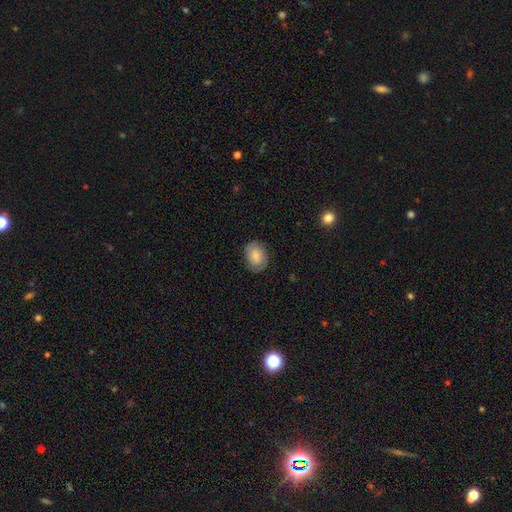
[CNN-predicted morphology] Smooth or featured?
  - smooth: 72% *
  - featured or disk: 20%
  - star or artifact: 8%
How rounded?
  - in between: 61% *
  - round: 38%
  - cigar-shaped: 1%
Merging?
  - none: 80% *
  - minor disturbance: 15%
  - major disturbance: 4%
  - merger: 1%